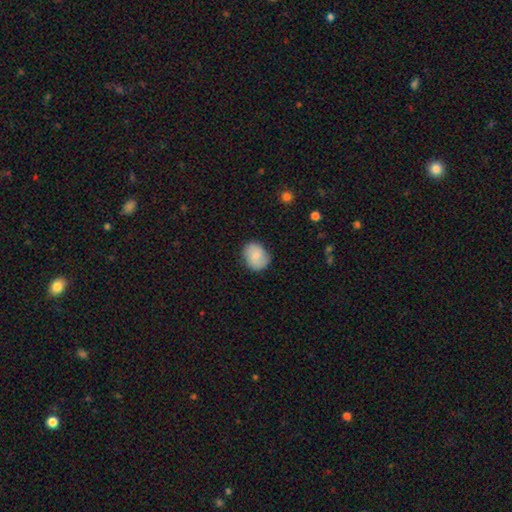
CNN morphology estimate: Smooth or featured: smooth — 74% (featured or disk — 19%)
How rounded: round — 57% (in between — 42%)
Merging: none — 77% (minor disturbance — 17%)